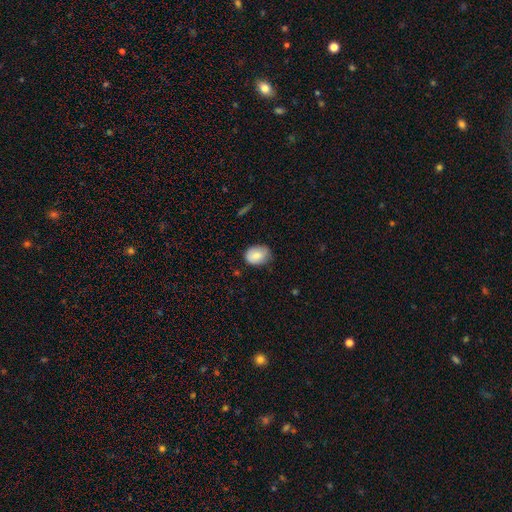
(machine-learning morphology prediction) Q: Smooth or featured?
A: smooth (80%); runner-up: featured or disk (13%)
Q: How rounded?
A: in between (66%); runner-up: round (33%)
Q: Merging?
A: none (70%); runner-up: minor disturbance (25%)